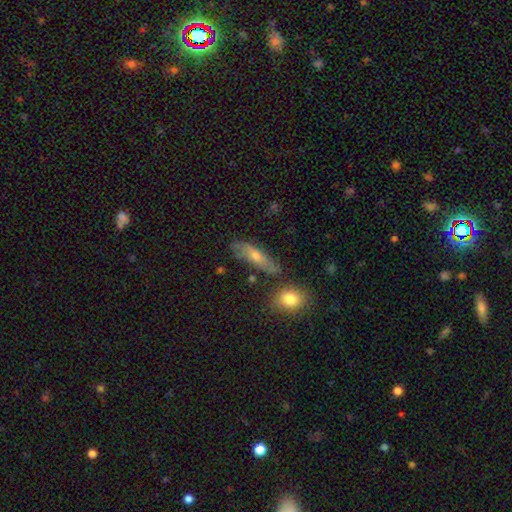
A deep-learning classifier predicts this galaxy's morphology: type=smooth (55%); roundness=cigar-shaped (57%); merging=none (71%).